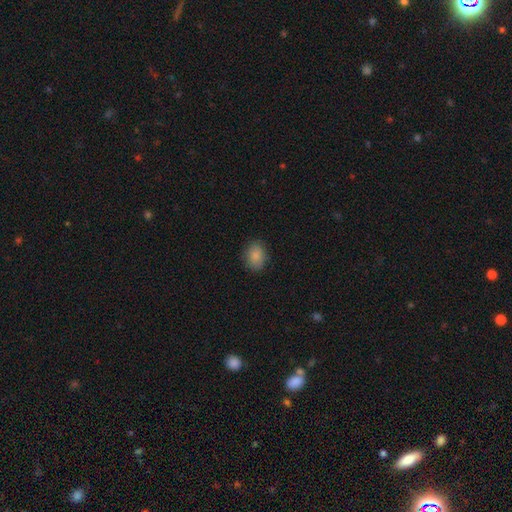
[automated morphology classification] smooth 86%, star or artifact 8%, featured or disk 5%. Down the decision tree: how rounded — in between (64%); merging — none (85%).